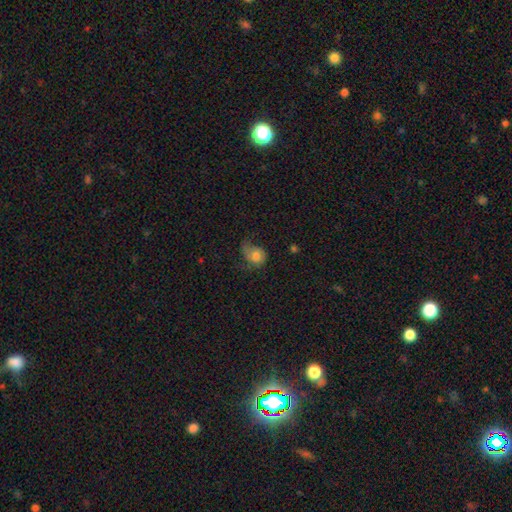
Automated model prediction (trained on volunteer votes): smooth-or-featured: smooth: 67% | featured or disk: 23% | star or artifact: 10%
  how-rounded: in between: 52% | round: 47% | cigar-shaped: 1%
  merging: major disturbance: 41% | minor disturbance: 29% | none: 27% | merger: 3%